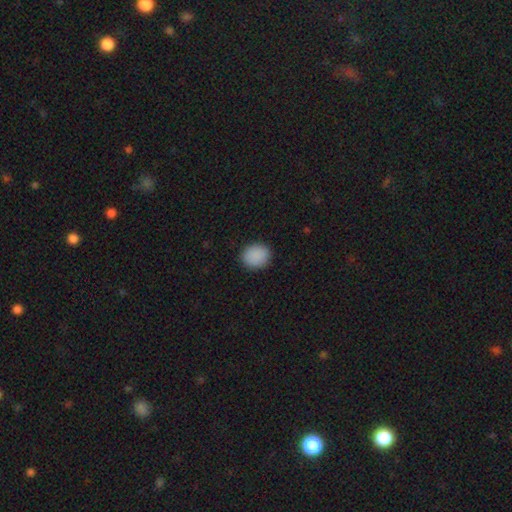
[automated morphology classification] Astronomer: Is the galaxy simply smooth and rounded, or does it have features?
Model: smooth — 89%.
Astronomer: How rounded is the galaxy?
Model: round — 70%.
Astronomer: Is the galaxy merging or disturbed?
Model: none — 90%.